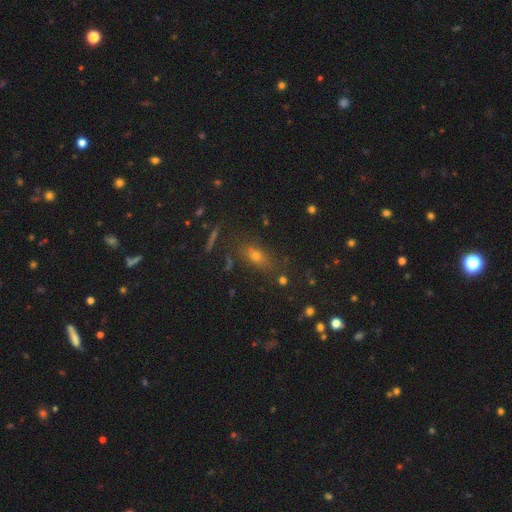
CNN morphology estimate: Smooth or featured? Predicted: smooth (p=0.56). How rounded? Predicted: in between (p=0.65). Merging? Predicted: none (p=0.77).